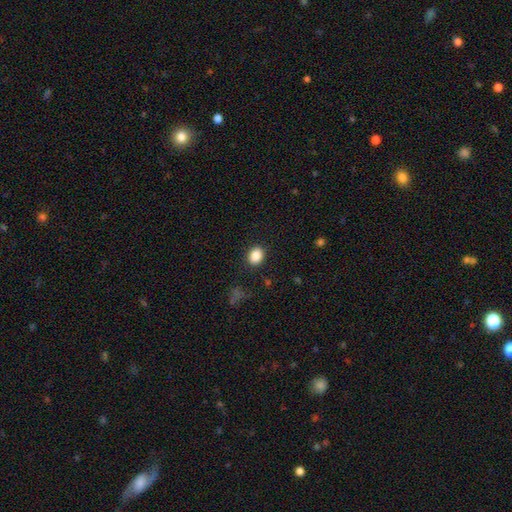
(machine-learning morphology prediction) smooth_or_featured: smooth (p=0.87) [alt: star or artifact p=0.09]
how_rounded: in between (p=0.53) [alt: round p=0.46]
merging: none (p=0.87) [alt: minor disturbance p=0.08]